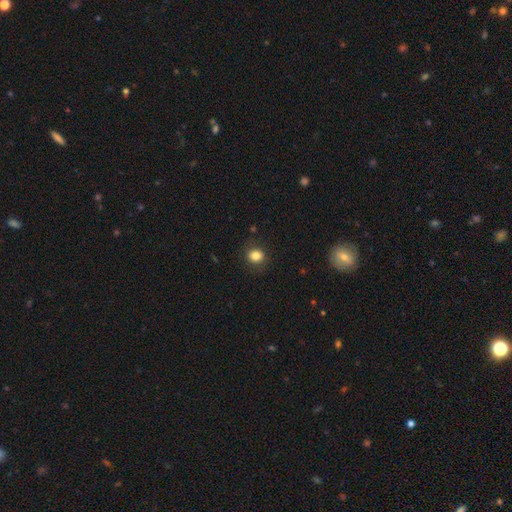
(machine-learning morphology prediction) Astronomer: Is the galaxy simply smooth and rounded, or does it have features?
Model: smooth — 83%.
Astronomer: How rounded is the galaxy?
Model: round — 68%.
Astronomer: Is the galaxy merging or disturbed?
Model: none — 84%.